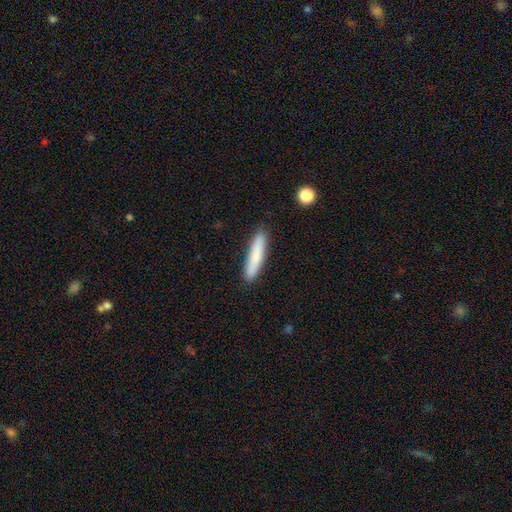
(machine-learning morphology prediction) Smooth or featured: smooth — 80% (featured or disk — 14%)
How rounded: cigar-shaped — 88% (in between — 11%)
Merging: none — 87% (minor disturbance — 10%)